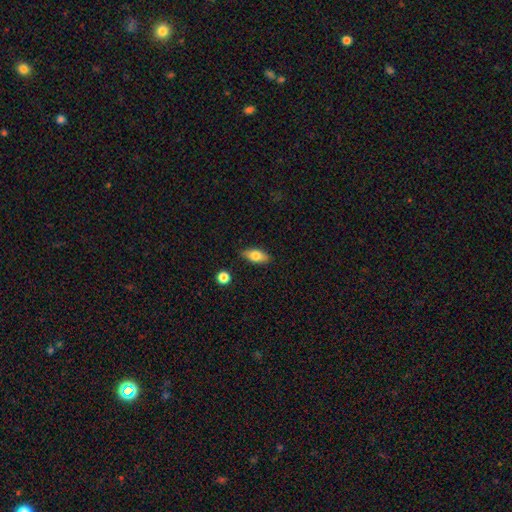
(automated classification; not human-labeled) Smooth or featured?
  - smooth: 75% *
  - featured or disk: 18%
  - star or artifact: 7%
How rounded?
  - in between: 83% *
  - cigar-shaped: 13%
  - round: 4%
Merging?
  - none: 85% *
  - minor disturbance: 11%
  - major disturbance: 2%
  - merger: 2%